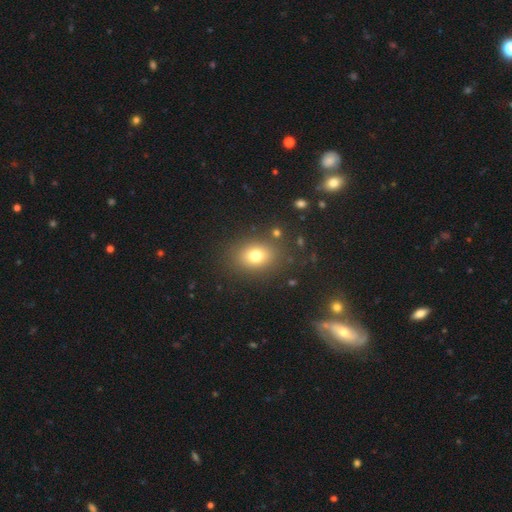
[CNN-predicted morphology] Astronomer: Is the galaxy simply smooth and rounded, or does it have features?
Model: smooth — 75%.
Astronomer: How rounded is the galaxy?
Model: in between — 56% (runner-up: round, 42%).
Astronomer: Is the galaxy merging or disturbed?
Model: none — 84%.